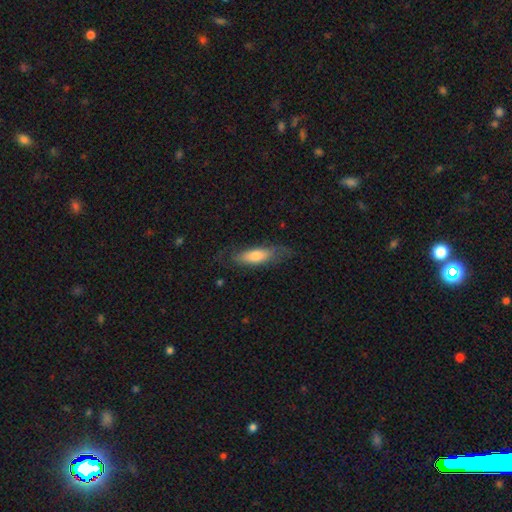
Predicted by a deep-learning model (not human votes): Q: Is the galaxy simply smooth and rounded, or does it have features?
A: smooth — 65%.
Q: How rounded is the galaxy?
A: in between — 57%.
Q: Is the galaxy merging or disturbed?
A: none — 65%.